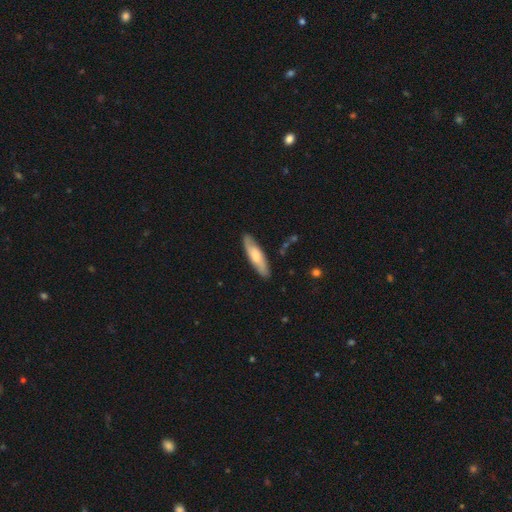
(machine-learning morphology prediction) A smooth galaxy with no disk features (56%) that is cigar-shaped (65%).

Vote fractions:
- Smooth or featured? smooth: 56% / featured or disk: 39% / star or artifact: 5%
- How rounded? cigar-shaped: 65% / in between: 34% / round: 2%
- Merging? none: 85% / minor disturbance: 11% / major disturbance: 2% / merger: 1%